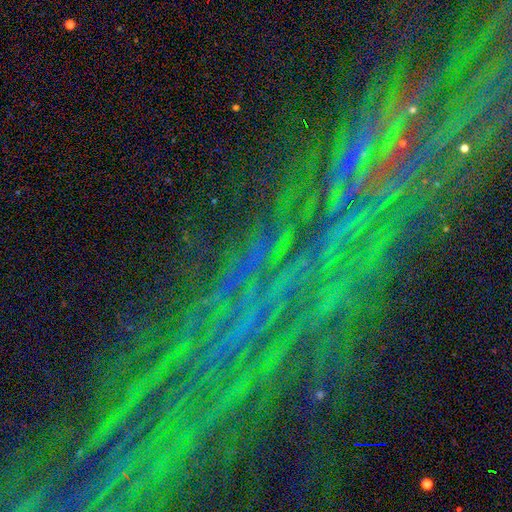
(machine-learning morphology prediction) Smooth or featured: star or artifact — 82% (featured or disk — 11%)